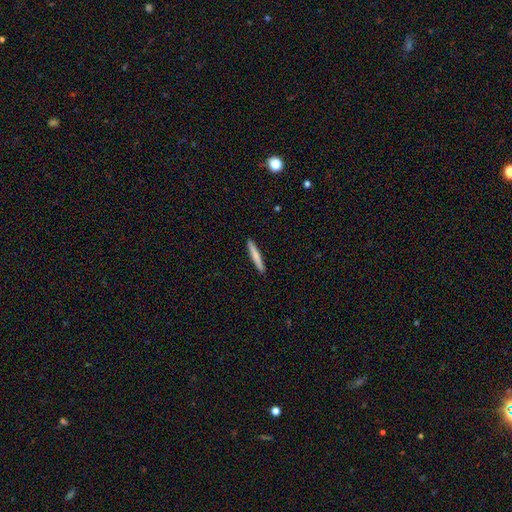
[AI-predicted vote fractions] Smooth or featured?
  - smooth: 73% *
  - featured or disk: 21%
  - star or artifact: 5%
How rounded?
  - cigar-shaped: 96% *
  - in between: 3%
  - round: 1%
Merging?
  - none: 91% *
  - minor disturbance: 6%
  - major disturbance: 1%
  - merger: 1%